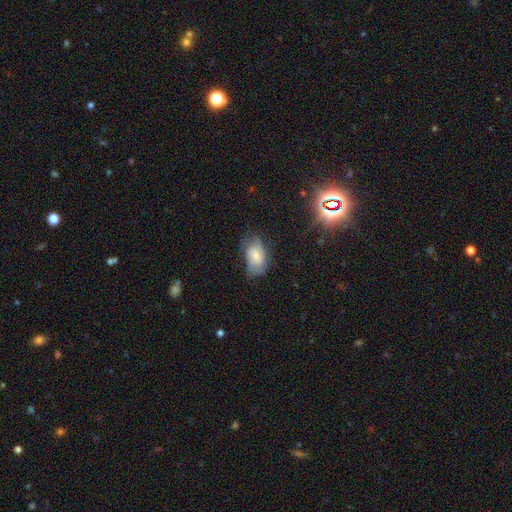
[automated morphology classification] smooth 66%, featured or disk 25%, star or artifact 9%. Down the decision tree: how rounded — in between (91%); merging — none (59%).